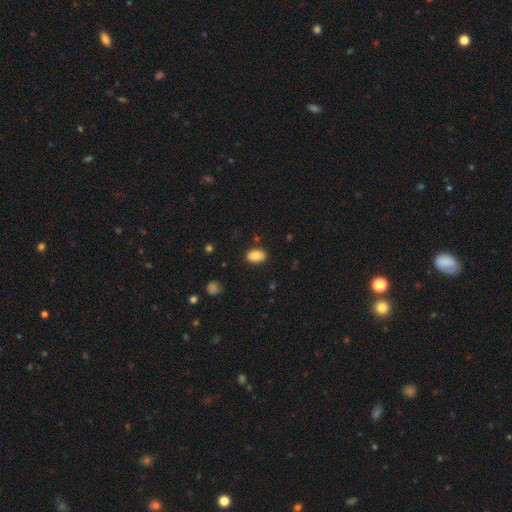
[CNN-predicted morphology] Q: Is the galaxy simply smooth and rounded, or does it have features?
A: smooth — 83%.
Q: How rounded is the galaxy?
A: in between — 87%.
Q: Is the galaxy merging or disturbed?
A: none — 83%.